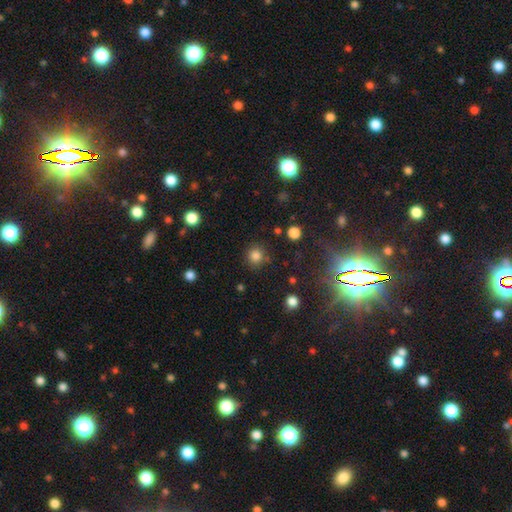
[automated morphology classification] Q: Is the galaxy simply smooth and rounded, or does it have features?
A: smooth — 82%.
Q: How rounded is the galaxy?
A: round — 92%.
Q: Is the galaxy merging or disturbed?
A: none — 83%.